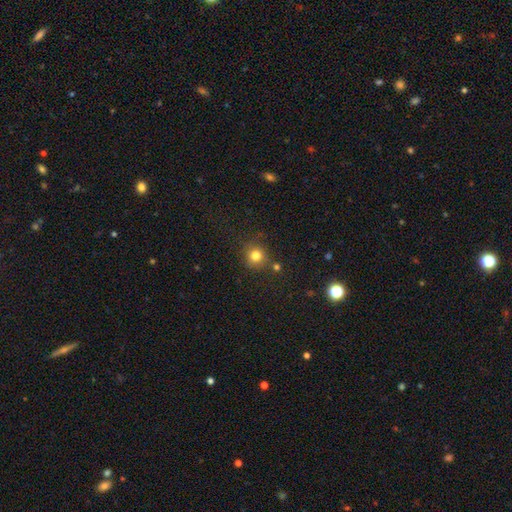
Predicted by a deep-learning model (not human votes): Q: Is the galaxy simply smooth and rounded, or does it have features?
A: smooth — 79%.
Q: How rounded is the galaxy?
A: round — 91%.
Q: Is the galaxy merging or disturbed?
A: none — 80%.